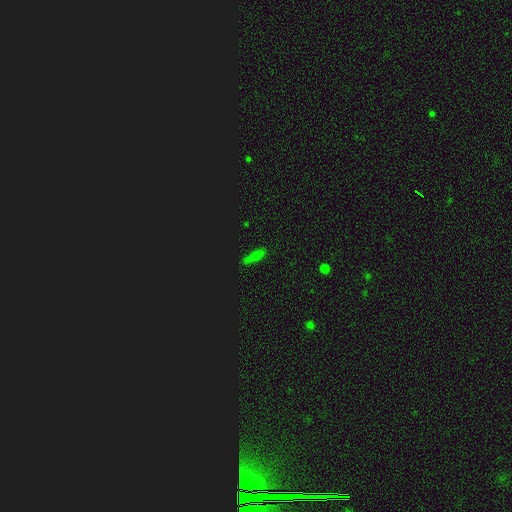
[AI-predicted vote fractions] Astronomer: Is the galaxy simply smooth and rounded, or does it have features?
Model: smooth — 53% (runner-up: star or artifact, 32%).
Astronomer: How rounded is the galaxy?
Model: cigar-shaped — 50% (runner-up: in between, 43%).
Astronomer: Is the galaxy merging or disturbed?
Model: none — 76%.